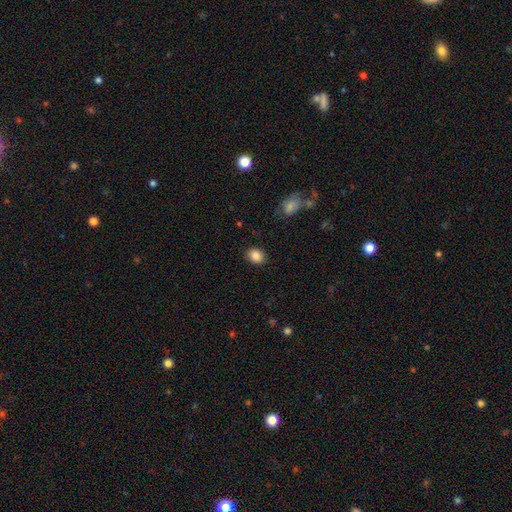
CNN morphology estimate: Smooth or featured? Predicted: smooth (p=0.86). How rounded? Predicted: in between (p=0.52). Merging? Predicted: none (p=0.87).